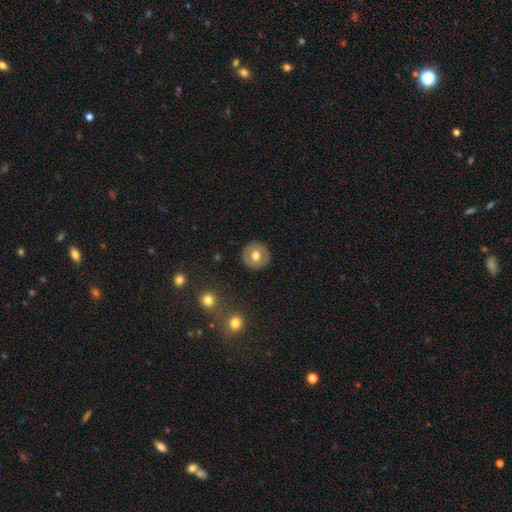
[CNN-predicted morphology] This is likely a smooth galaxy (65%). How rounded: clearly round (94%). Merging: clearly none (91%).